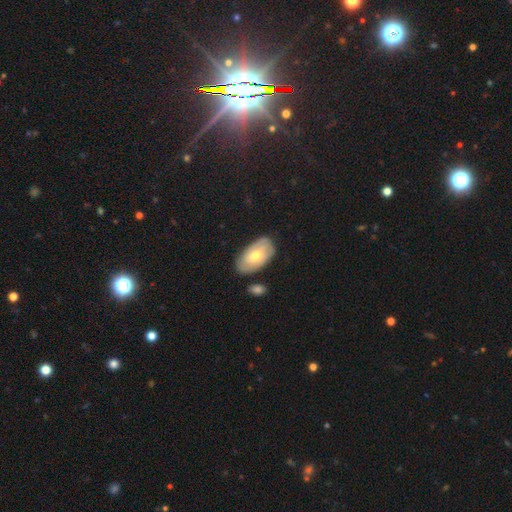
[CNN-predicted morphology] smooth-or-featured: featured or disk: 49% | smooth: 45% | star or artifact: 6%
  merging: none: 75% | minor disturbance: 17% | merger: 4% | major disturbance: 4%